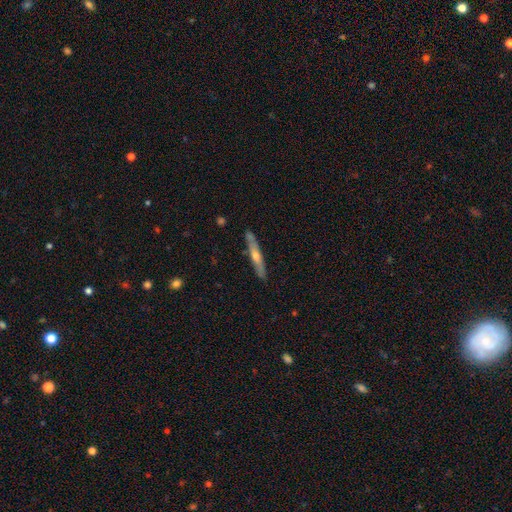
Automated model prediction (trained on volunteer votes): Smooth or featured?
  - featured or disk: 63% *
  - smooth: 30%
  - star or artifact: 6%
Edge-on disk?
  - yes: 92% *
  - no: 8%
Edge-on bulge?
  - rounded: 81% *
  - none: 16%
  - boxy: 3%
Merging?
  - none: 86% *
  - minor disturbance: 10%
  - merger: 2%
  - major disturbance: 2%